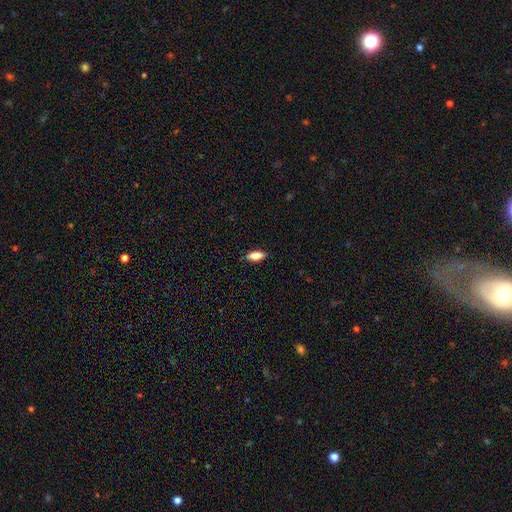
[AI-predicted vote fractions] smooth_or_featured: smooth (p=0.74) [alt: featured or disk p=0.18]
how_rounded: in between (p=0.76) [alt: cigar-shaped p=0.21]
merging: none (p=0.87) [alt: minor disturbance p=0.10]